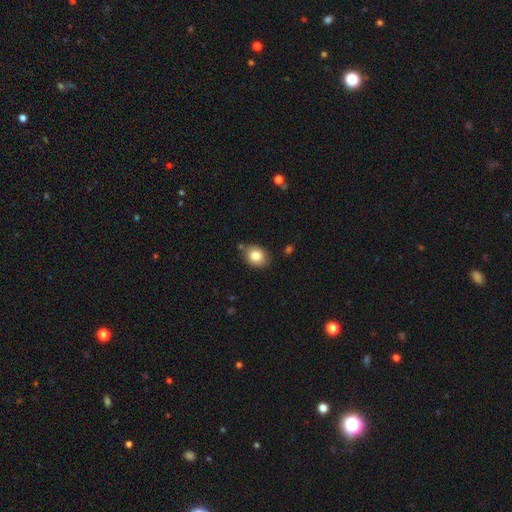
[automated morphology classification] Smooth or featured: smooth — 83% (star or artifact — 9%)
How rounded: in between — 56% (round — 43%)
Merging: none — 78% (minor disturbance — 15%)